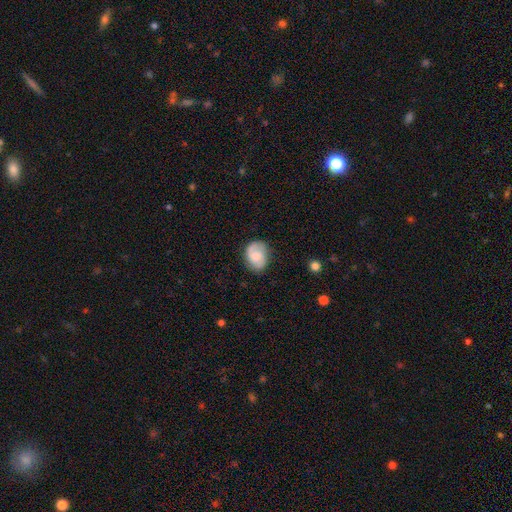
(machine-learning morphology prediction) A smooth galaxy with no disk features (48%). Merging: none (69%).